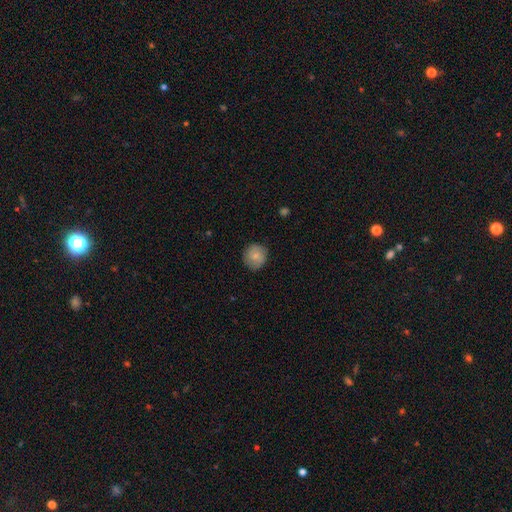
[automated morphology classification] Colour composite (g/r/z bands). It shows a smooth galaxy with no disk features (77%) that is round (90%). Merging: none (85%).